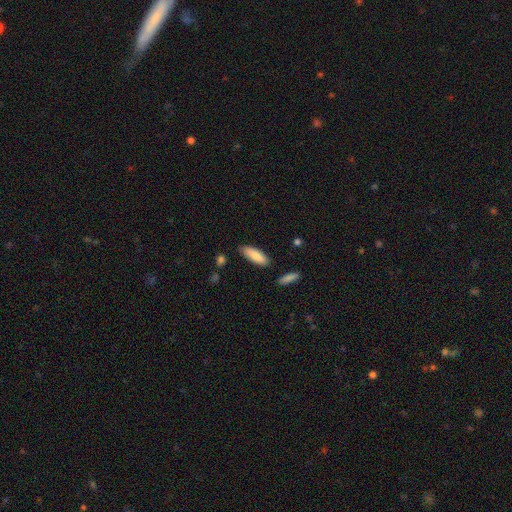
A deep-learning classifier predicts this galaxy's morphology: Smooth or featured: smooth — 85% (featured or disk — 9%)
How rounded: in between — 57% (cigar-shaped — 42%)
Merging: none — 85% (minor disturbance — 10%)